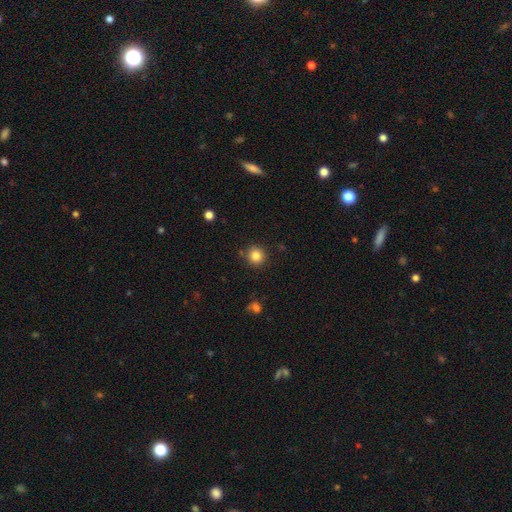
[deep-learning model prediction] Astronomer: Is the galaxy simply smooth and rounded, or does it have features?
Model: smooth — 83%.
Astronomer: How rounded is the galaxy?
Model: round — 93%.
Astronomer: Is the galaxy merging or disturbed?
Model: none — 88%.